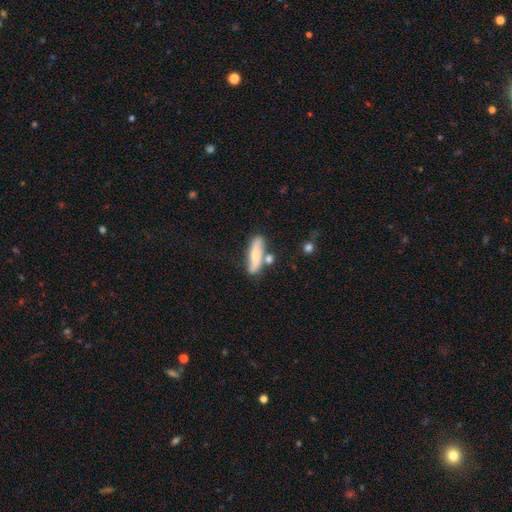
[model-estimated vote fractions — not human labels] This is possibly a smooth galaxy (53%). How rounded: possibly cigar-shaped (59%). Merging: likely none (63%).